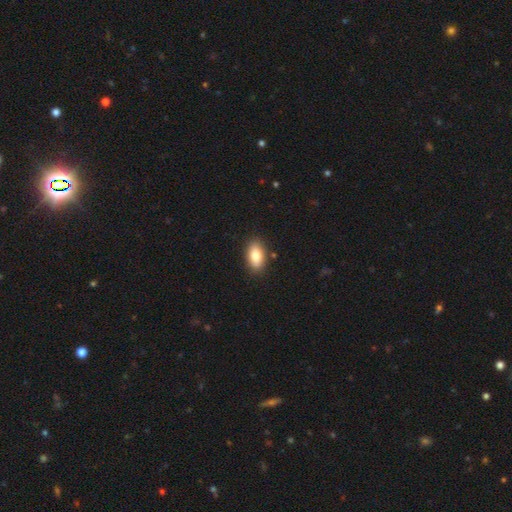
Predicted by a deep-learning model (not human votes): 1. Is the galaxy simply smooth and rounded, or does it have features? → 83% smooth, 10% featured or disk, 7% star or artifact.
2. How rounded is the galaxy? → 91% in between, 5% round, 4% cigar-shaped.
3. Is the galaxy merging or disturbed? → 87% none, 9% minor disturbance, 2% major disturbance, 2% merger.